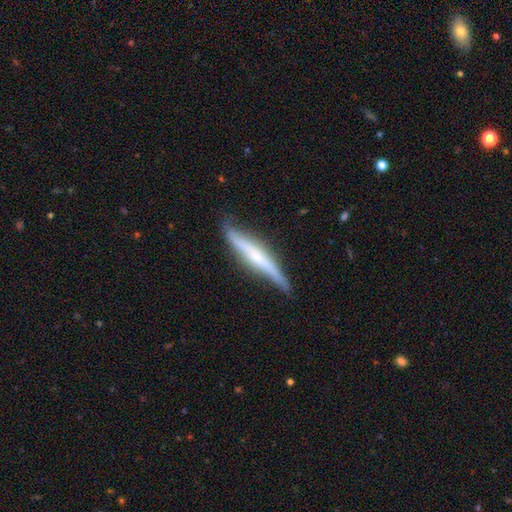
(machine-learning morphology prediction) Smooth or featured? featured or disk (66%)
Edge-on disk? yes (89%)
Edge-on bulge? rounded (60%)
Merging? none (72%)